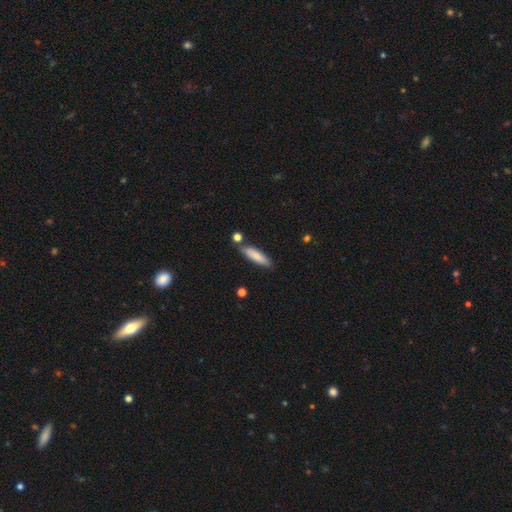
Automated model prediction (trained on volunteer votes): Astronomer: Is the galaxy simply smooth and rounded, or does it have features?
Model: smooth — 80%.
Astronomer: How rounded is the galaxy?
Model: cigar-shaped — 73%.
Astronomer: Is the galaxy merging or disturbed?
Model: none — 80%.